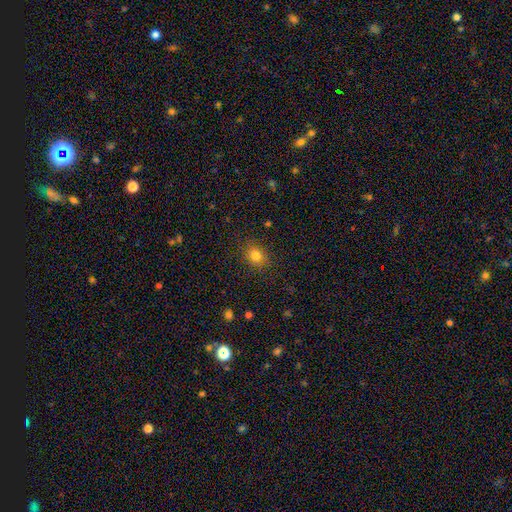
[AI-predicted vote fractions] Overall: smooth (81%). How rounded: round (70%). Merging: none (86%).